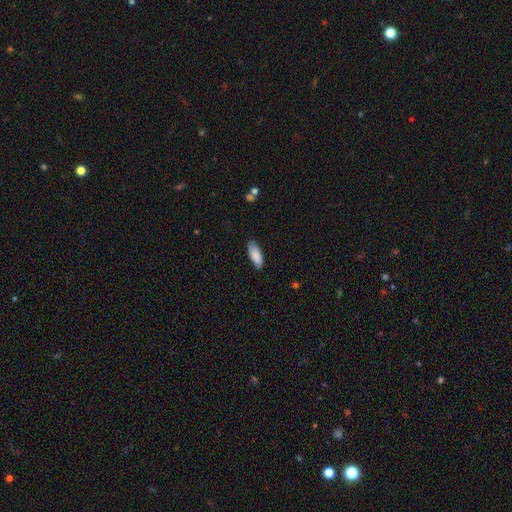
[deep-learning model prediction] Smooth or featured?
  - smooth: 85% *
  - featured or disk: 9%
  - star or artifact: 6%
How rounded?
  - in between: 74% *
  - cigar-shaped: 25%
  - round: 2%
Merging?
  - none: 80% *
  - minor disturbance: 16%
  - major disturbance: 3%
  - merger: 1%